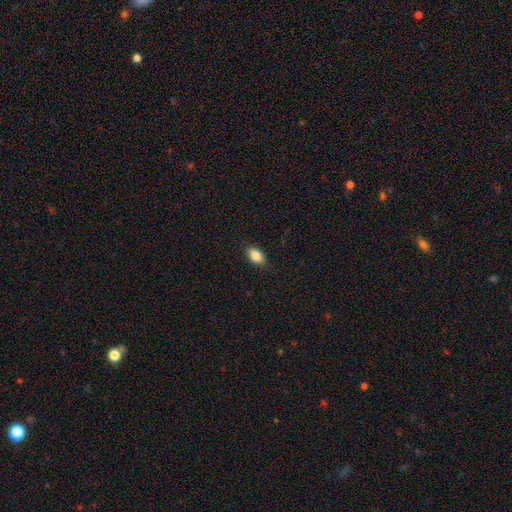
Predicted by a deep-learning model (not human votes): Overall: smooth (87%). How rounded: in between (89%). Merging: none (88%).